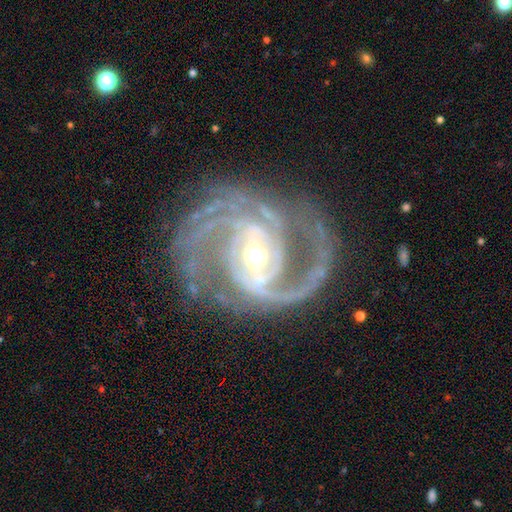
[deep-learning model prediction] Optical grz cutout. It shows a featured or disk galaxy (93%) with a strong bar (41%), 2 (56%) medium (53%) spiral arms (98%) and a moderate central bulge (61%). Merging: none (70%).